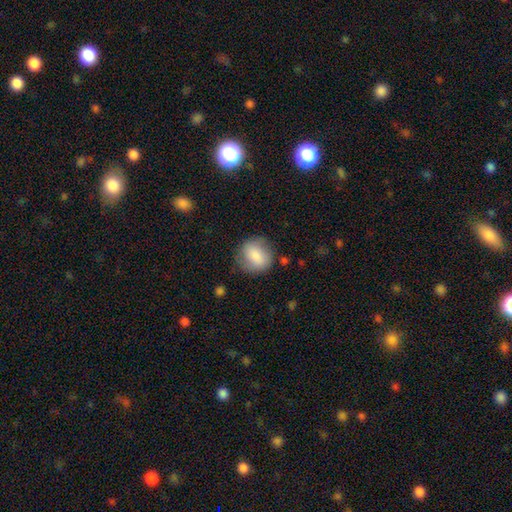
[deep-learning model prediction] Overall: smooth (80%). How rounded: round (75%). Merging: none (75%).